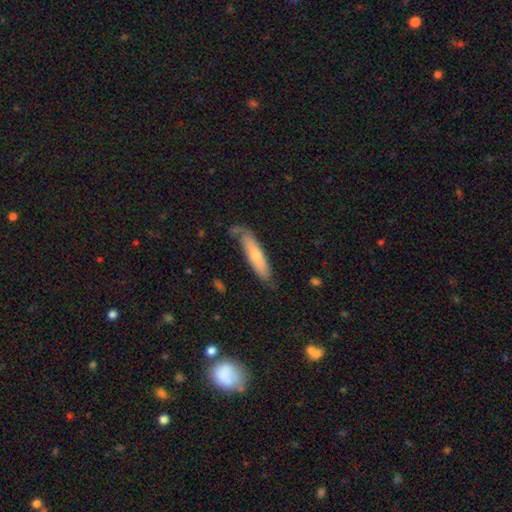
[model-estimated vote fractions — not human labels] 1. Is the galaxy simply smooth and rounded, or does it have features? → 59% smooth, 35% featured or disk, 6% star or artifact.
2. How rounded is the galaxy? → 79% cigar-shaped, 20% in between, 2% round.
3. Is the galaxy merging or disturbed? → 66% none, 24% minor disturbance, 7% major disturbance, 3% merger.